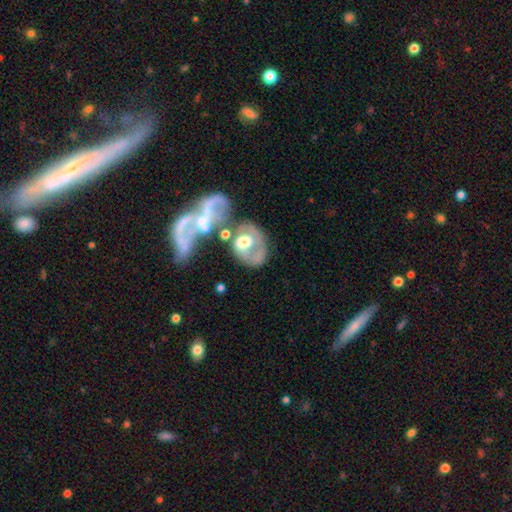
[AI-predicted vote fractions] featured or disk 58%, smooth 34%, star or artifact 8%. Down the decision tree: edge-on disk — no (96%); bar — no (75%); spiral arms — no (57%); bulge size — moderate (61%); merging — merger (34%).